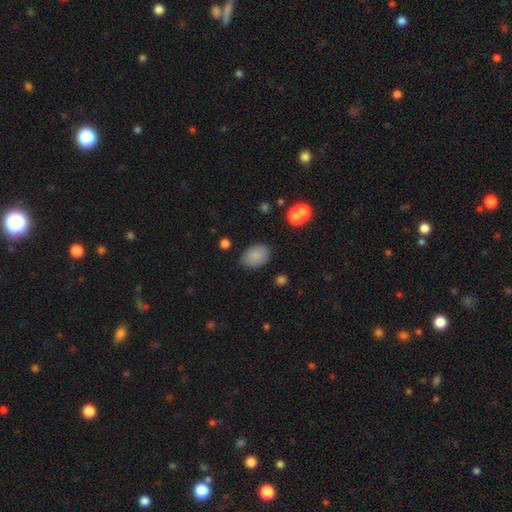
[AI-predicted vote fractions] smooth_or_featured: smooth (p=0.85) [alt: star or artifact p=0.08]
how_rounded: in between (p=0.82) [alt: round p=0.17]
merging: none (p=0.82) [alt: minor disturbance p=0.13]